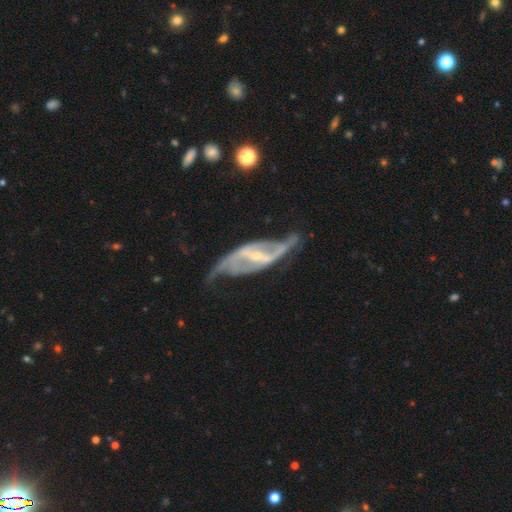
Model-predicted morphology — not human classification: The model was most divided on "spiral winding": loose: 48%, medium: 37%, tight: 16%. More confident: spiral arms — yes (92%); edge-on disk — no (89%); smooth or featured — featured or disk (89%); spiral arm count — 2 (86%); bulge size — small (68%); bar — strong (57%); merging — none (57%).